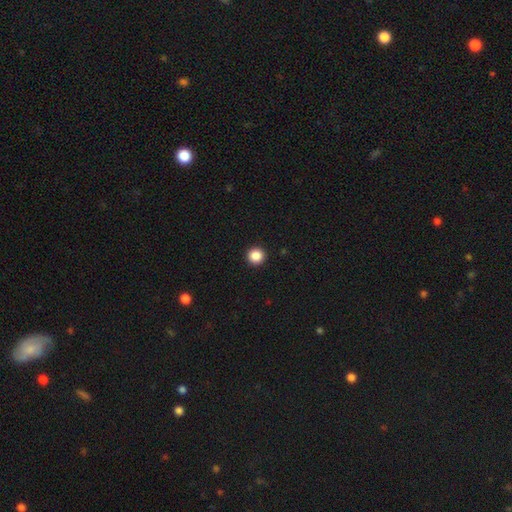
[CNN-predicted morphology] smooth-or-featured: smooth: 87% | star or artifact: 10% | featured or disk: 3%
  how-rounded: round: 96% | in between: 3% | cigar-shaped: 1%
  merging: none: 94% | minor disturbance: 4% | major disturbance: 1% | merger: 1%